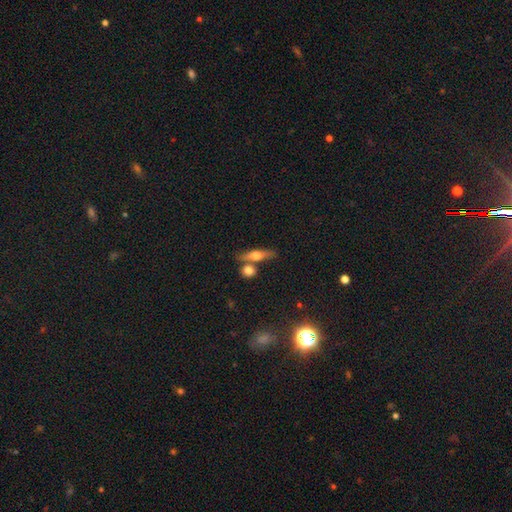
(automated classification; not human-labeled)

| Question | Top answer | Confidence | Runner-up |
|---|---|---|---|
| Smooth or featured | featured or disk | 47% | smooth (45%) |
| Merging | none | 66% | merger (20%) |